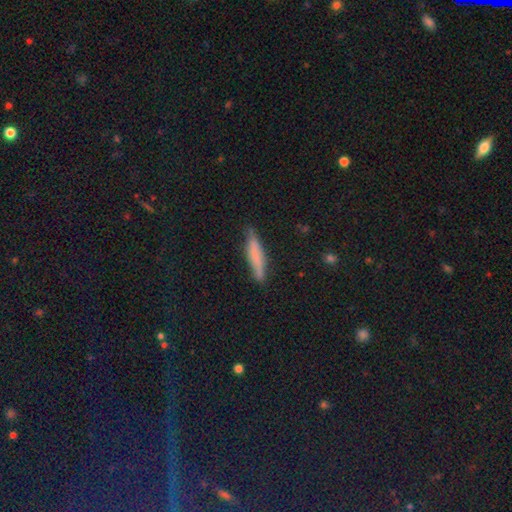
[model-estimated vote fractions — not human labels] Overall: smooth (68%). How rounded: cigar-shaped (87%). Merging: none (79%).